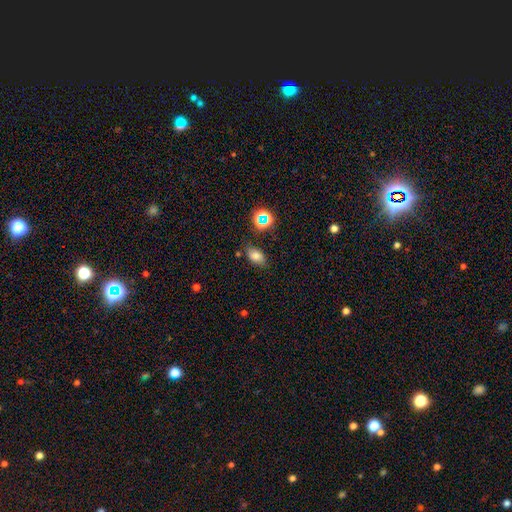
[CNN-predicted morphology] A smooth galaxy with no disk features (75%) that is in between round and cigar-shaped (86%). Merging: none (78%).